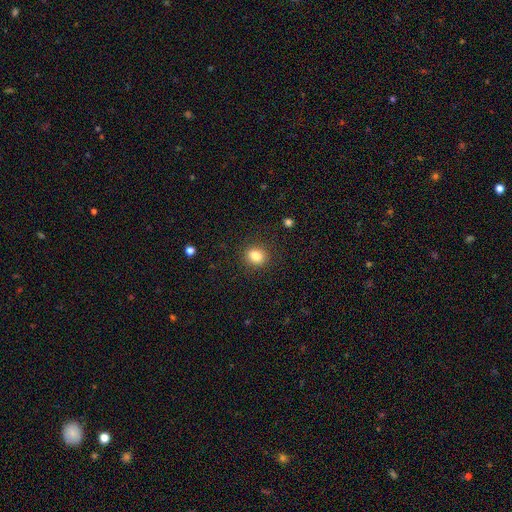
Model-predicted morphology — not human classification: Smooth or featured? smooth (84%)
How rounded? round (69%)
Merging? none (89%)